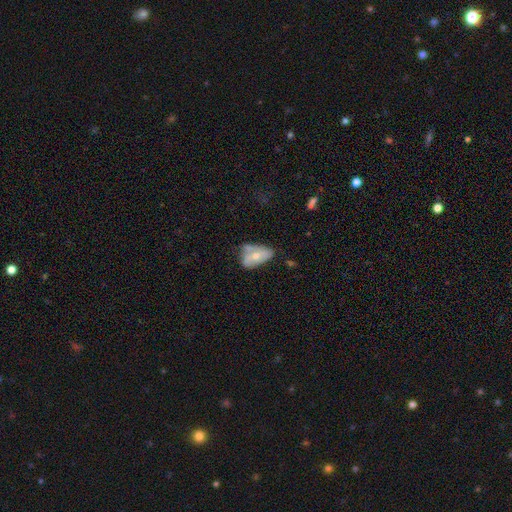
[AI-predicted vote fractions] smooth-or-featured: smooth: 51% | featured or disk: 41% | star or artifact: 8%
  how-rounded: in between: 89% | round: 8% | cigar-shaped: 3%
  merging: minor disturbance: 34% | none: 30% | major disturbance: 19% | merger: 17%